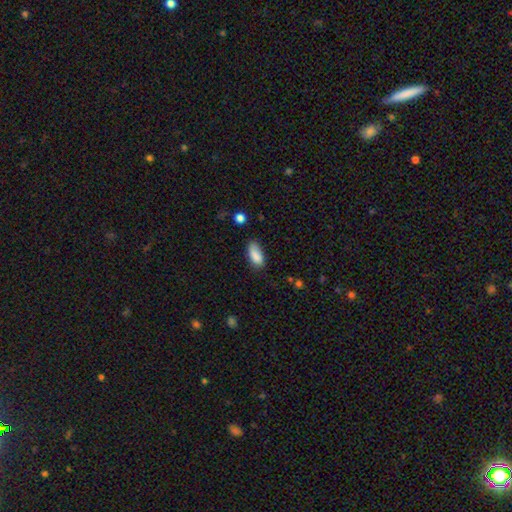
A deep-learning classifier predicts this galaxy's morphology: Smooth or featured? smooth (85%)
How rounded? in between (86%)
Merging? none (61%)